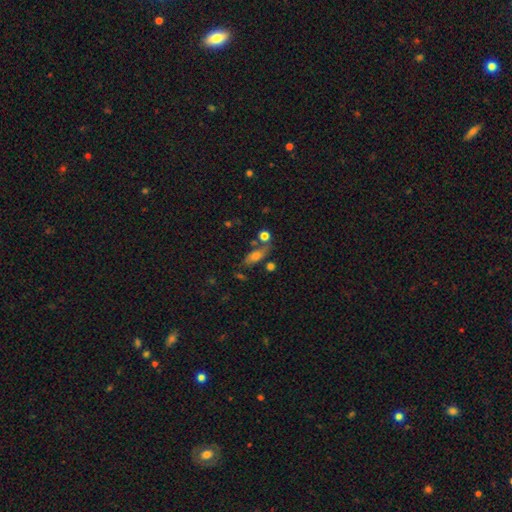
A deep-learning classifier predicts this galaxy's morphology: The model was most divided on "merging": none: 56%, minor disturbance: 19%, merger: 16%, major disturbance: 9%. More confident: how rounded — in between (67%); smooth or featured — smooth (62%).